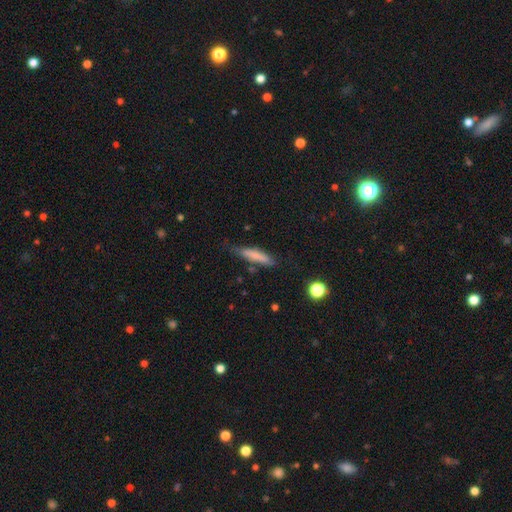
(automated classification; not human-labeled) smooth_or_featured: smooth (p=0.74) [alt: featured or disk p=0.19]
how_rounded: cigar-shaped (p=0.84) [alt: in between p=0.14]
merging: none (p=0.68) [alt: minor disturbance p=0.24]